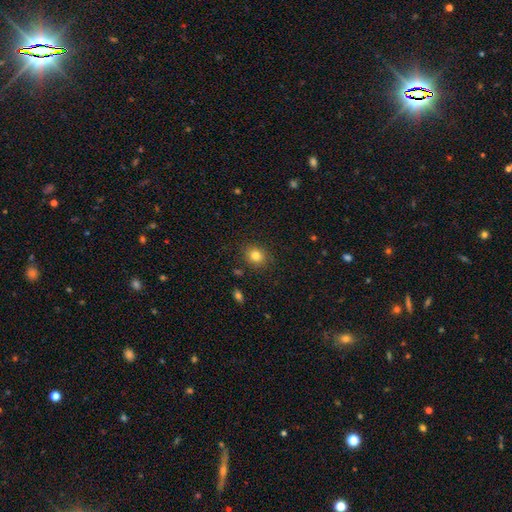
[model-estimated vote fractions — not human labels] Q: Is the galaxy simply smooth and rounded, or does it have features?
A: smooth — 82%.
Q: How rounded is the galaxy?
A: round — 74%.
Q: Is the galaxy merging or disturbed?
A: none — 87%.